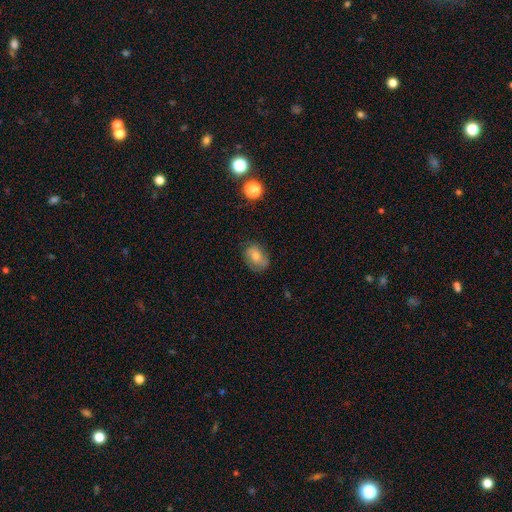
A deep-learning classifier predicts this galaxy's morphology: type=smooth (61%); roundness=in between (69%); merging=none (75%).